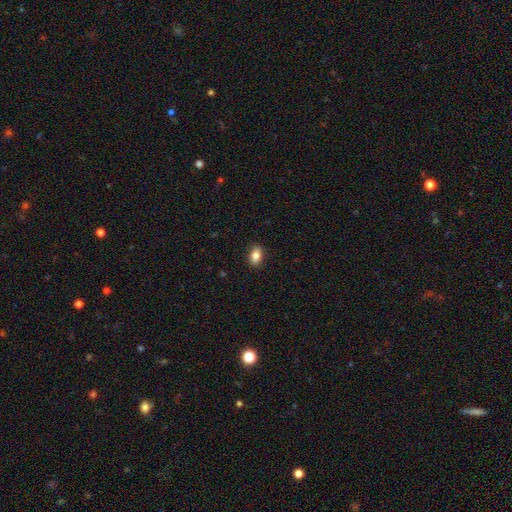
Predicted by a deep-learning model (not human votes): smooth 84%, star or artifact 8%, featured or disk 8%. Down the decision tree: how rounded — in between (86%); merging — none (89%).